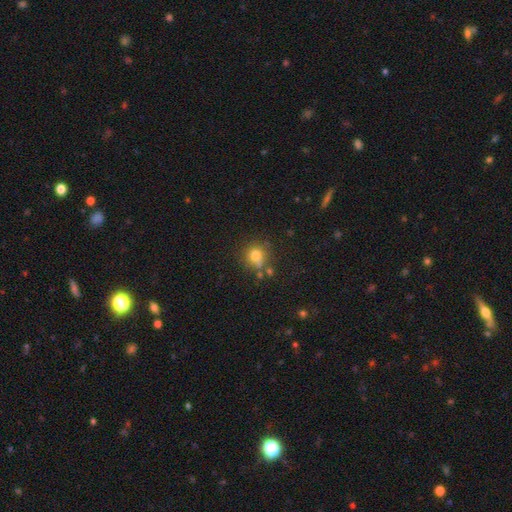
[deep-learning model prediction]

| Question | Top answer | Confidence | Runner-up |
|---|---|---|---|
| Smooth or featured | smooth | 75% | star or artifact (15%) |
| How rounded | round | 85% | in between (14%) |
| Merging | none | 65% | minor disturbance (15%) |